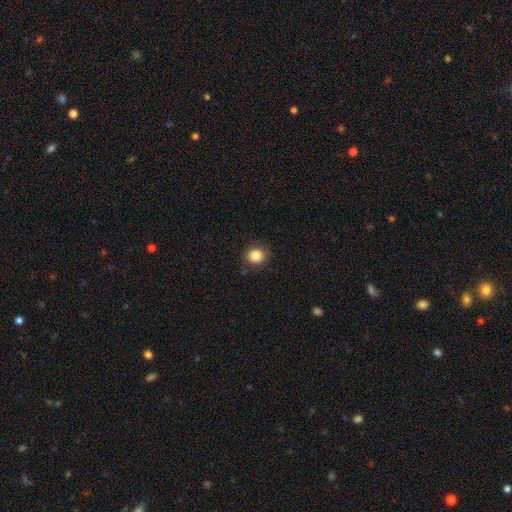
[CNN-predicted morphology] type=smooth (84%); roundness=round (82%); merging=none (87%).